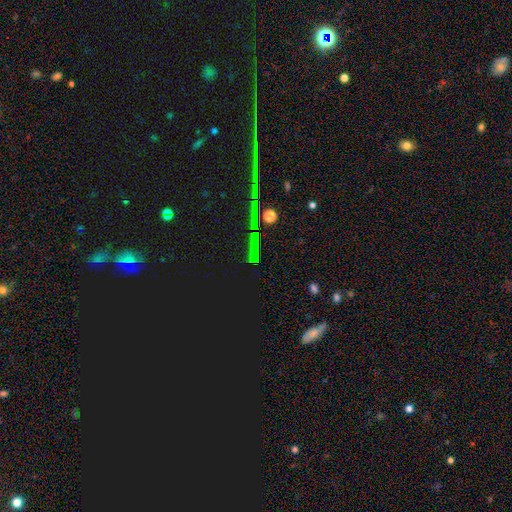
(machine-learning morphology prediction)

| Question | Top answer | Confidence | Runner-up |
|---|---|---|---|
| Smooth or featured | star or artifact | 69% | smooth (19%) |